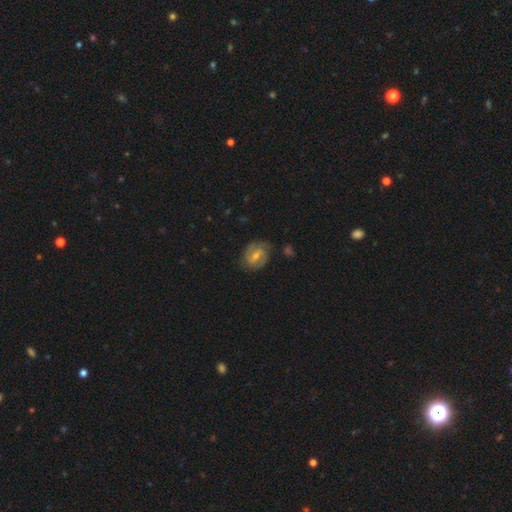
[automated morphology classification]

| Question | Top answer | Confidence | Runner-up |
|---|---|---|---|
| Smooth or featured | featured or disk | 62% | smooth (27%) |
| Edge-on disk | no | 96% | yes (4%) |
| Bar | weak | 53% | no (27%) |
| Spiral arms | yes | 83% | no (17%) |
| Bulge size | moderate | 48% | small (46%) |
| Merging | none | 78% | minor disturbance (16%) |